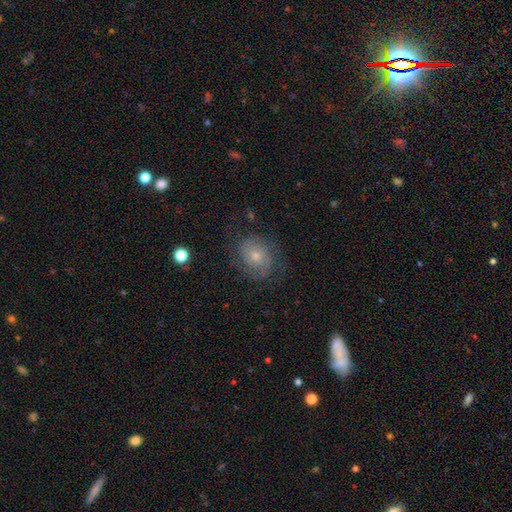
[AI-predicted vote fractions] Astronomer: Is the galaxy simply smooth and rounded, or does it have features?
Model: featured or disk — 62%.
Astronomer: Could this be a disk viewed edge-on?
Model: no — 97%.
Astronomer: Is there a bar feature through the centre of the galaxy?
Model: no — 78%.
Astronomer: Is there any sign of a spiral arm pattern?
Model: yes — 86%.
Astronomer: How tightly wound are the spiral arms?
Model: tight — 51% (runner-up: medium, 35%).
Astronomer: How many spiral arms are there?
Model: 2 — 53%.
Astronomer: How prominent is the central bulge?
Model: small — 47%, tied with moderate at 47%.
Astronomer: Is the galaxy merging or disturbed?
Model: none — 70%.